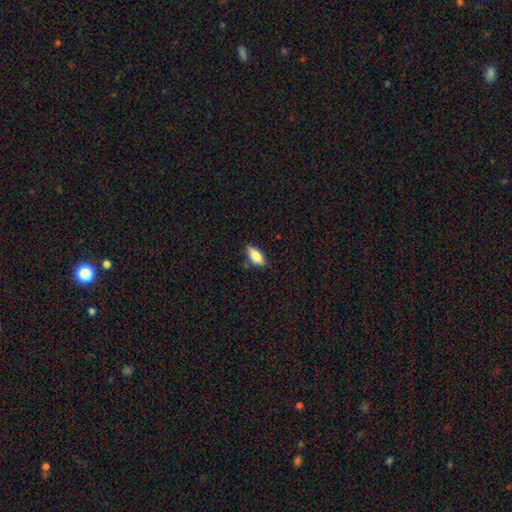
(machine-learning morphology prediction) This is likely a smooth galaxy (75%). How rounded: clearly in between (84%). Merging: likely none (77%).